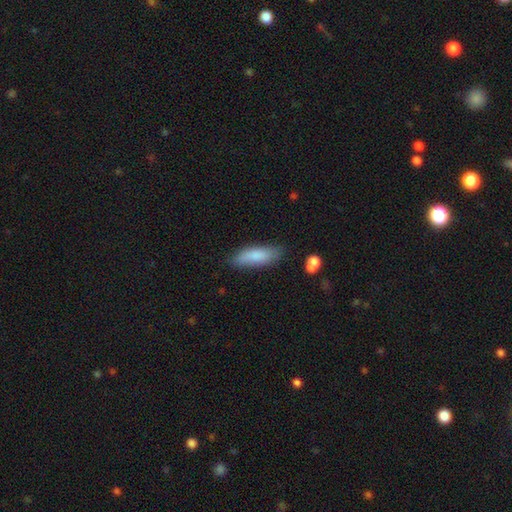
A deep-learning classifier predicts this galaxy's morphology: smooth-or-featured: smooth: 82% | featured or disk: 11% | star or artifact: 6%
  how-rounded: in between: 54% | cigar-shaped: 44% | round: 2%
  merging: none: 78% | minor disturbance: 16% | major disturbance: 3% | merger: 2%